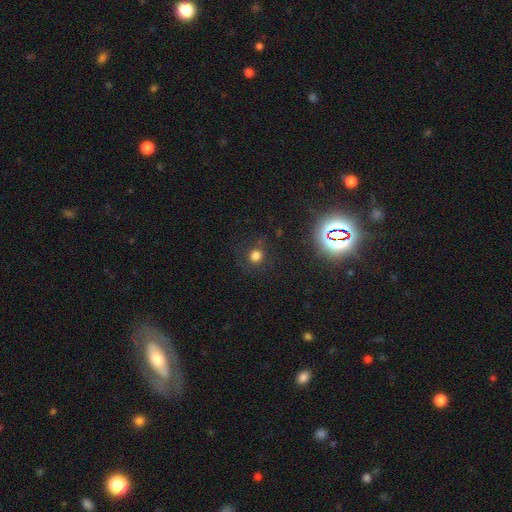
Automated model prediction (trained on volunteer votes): Overall: smooth (72%). How rounded: round (90%). Merging: none (79%).